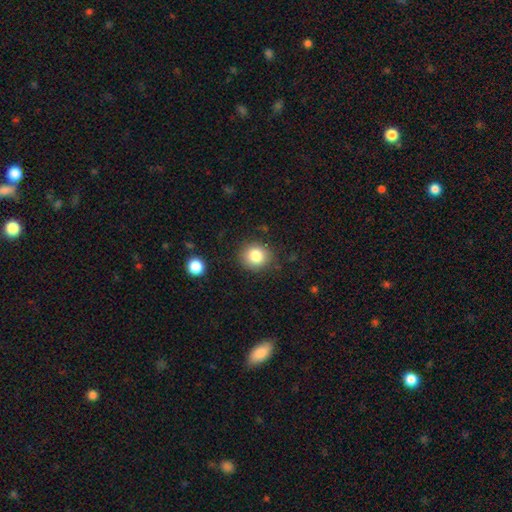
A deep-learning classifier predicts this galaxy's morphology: Overall: smooth (83%). How rounded: round (86%). Merging: none (85%).